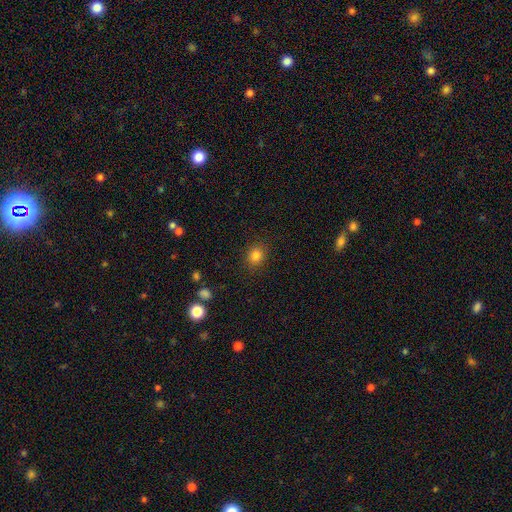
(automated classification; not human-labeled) Smooth or featured? Predicted: smooth (p=0.82). How rounded? Predicted: round (p=0.69). Merging? Predicted: none (p=0.88).